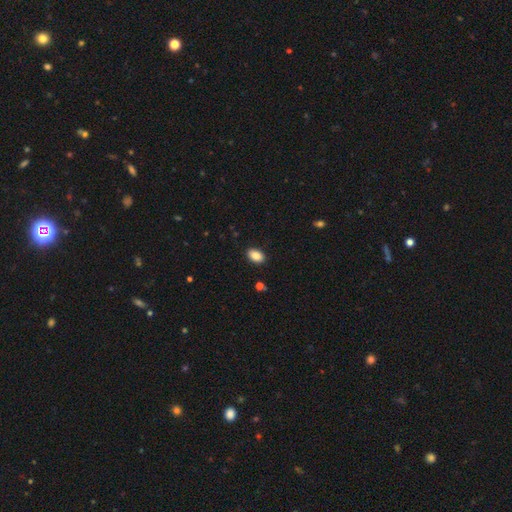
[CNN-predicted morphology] smooth-or-featured: smooth: 88% | star or artifact: 8% | featured or disk: 4%
  how-rounded: in between: 89% | round: 10% | cigar-shaped: 1%
  merging: none: 89% | minor disturbance: 8% | major disturbance: 2% | merger: 1%